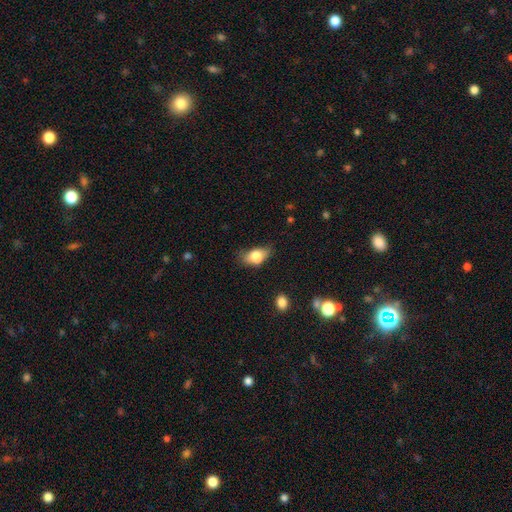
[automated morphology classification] Q: Smooth or featured?
A: smooth (75%); runner-up: featured or disk (16%)
Q: How rounded?
A: in between (85%); runner-up: round (11%)
Q: Merging?
A: none (45%); runner-up: minor disturbance (34%)